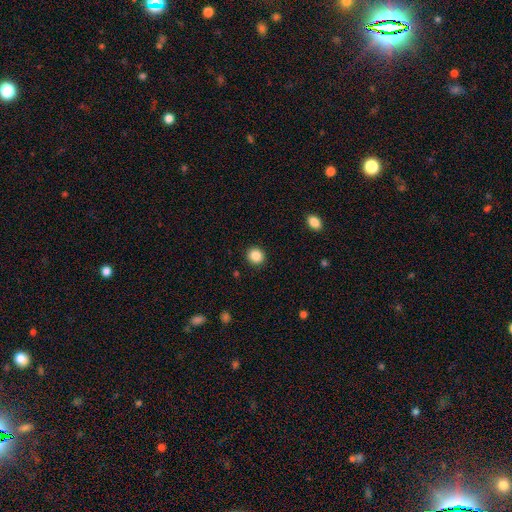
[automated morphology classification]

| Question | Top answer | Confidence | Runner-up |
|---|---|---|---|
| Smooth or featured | smooth | 87% | star or artifact (10%) |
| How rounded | round | 87% | in between (12%) |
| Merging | none | 92% | minor disturbance (5%) |